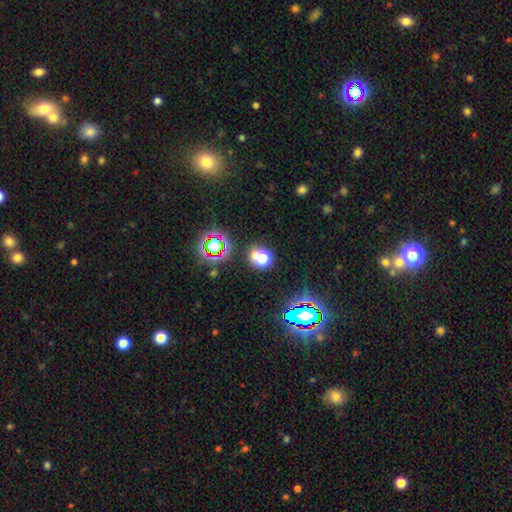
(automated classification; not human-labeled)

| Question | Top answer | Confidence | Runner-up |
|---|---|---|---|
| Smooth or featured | smooth | 54% | star or artifact (36%) |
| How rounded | round | 70% | in between (29%) |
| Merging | none | 63% | merger (18%) |